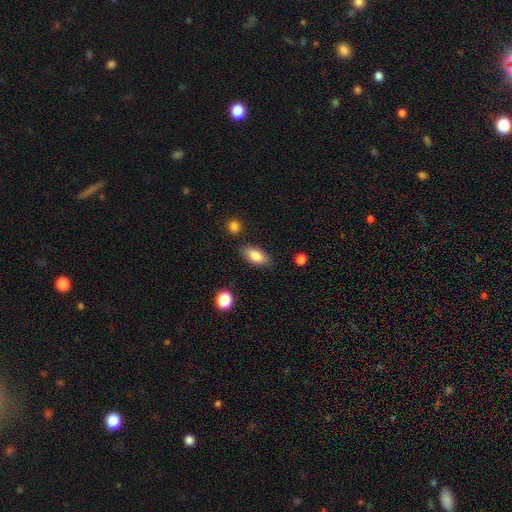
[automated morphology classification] Smooth or featured?
  - smooth: 84% *
  - featured or disk: 8%
  - star or artifact: 7%
How rounded?
  - in between: 90% *
  - cigar-shaped: 6%
  - round: 4%
Merging?
  - none: 82% *
  - minor disturbance: 12%
  - major disturbance: 3%
  - merger: 3%